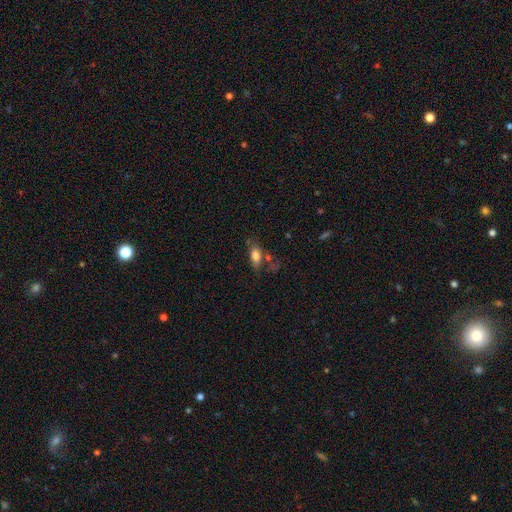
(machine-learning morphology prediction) smooth-or-featured: smooth: 76% | featured or disk: 15% | star or artifact: 9%
  how-rounded: in between: 80% | cigar-shaped: 15% | round: 5%
  merging: none: 56% | minor disturbance: 21% | merger: 13% | major disturbance: 10%